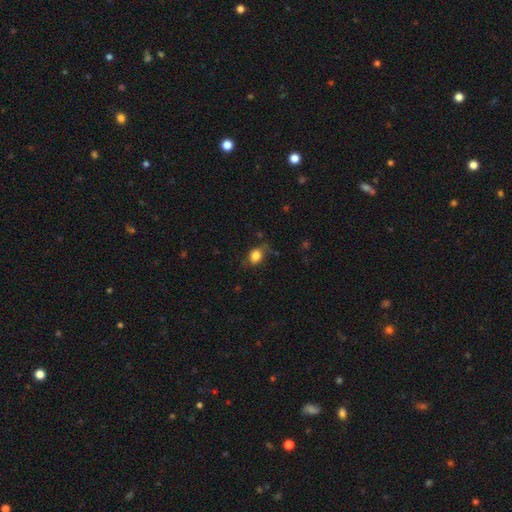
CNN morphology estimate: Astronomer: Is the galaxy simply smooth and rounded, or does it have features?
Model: smooth — 82%.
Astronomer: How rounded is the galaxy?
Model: in between — 55% (runner-up: round, 44%).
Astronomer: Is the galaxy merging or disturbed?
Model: none — 65%.